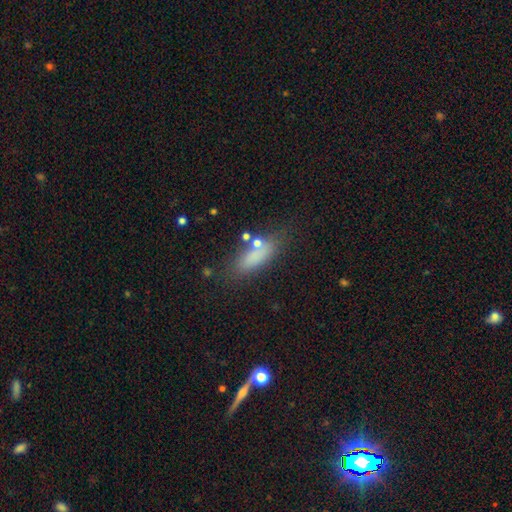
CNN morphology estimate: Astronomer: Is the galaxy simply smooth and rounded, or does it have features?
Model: smooth — 77%.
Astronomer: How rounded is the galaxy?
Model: in between — 61%.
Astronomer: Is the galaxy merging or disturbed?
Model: none — 72%.